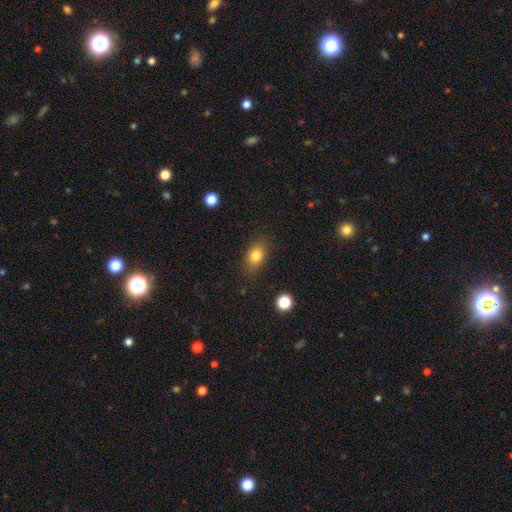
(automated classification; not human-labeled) The model was most divided on "how rounded": in between: 75%, round: 23%, cigar-shaped: 2%. More confident: merging — none (82%); smooth or featured — smooth (81%).